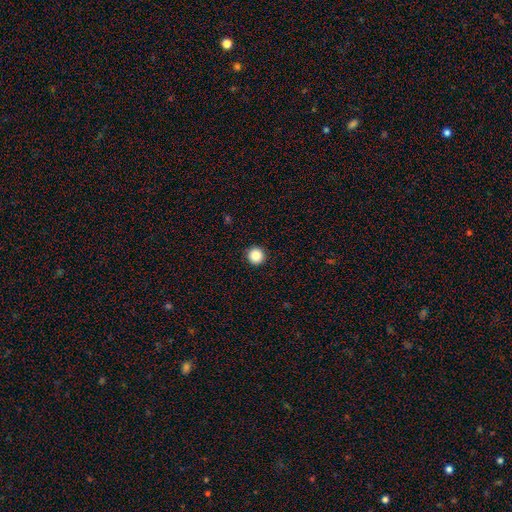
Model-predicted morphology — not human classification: A smooth galaxy with no disk features (87%) that is round (96%).

Vote fractions:
- Smooth or featured? smooth: 87% / star or artifact: 10% / featured or disk: 3%
- How rounded? round: 96% / in between: 3% / cigar-shaped: 1%
- Merging? none: 94% / minor disturbance: 4% / major disturbance: 1% / merger: 1%